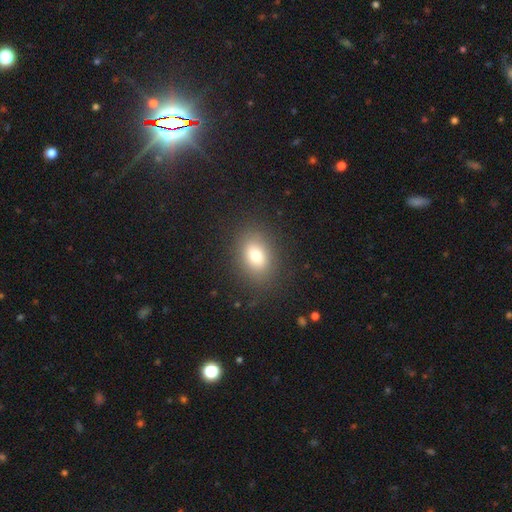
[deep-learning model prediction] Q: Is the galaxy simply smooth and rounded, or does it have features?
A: smooth — 77%.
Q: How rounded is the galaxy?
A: in between — 76%.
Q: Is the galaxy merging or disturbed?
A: none — 85%.